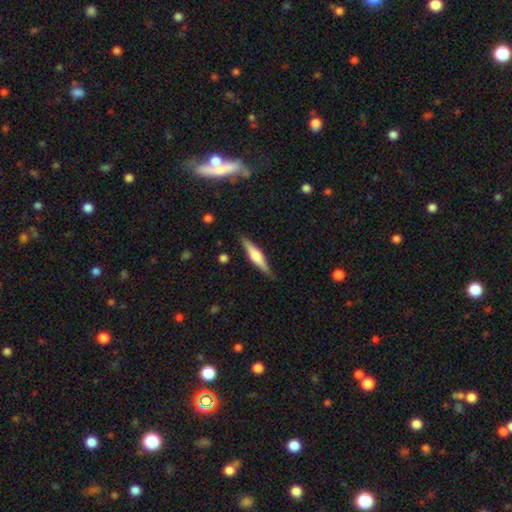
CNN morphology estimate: Q: Smooth or featured?
A: featured or disk (61%); runner-up: smooth (33%)
Q: Edge-on disk?
A: yes (97%); runner-up: no (3%)
Q: Edge-on bulge?
A: rounded (84%); runner-up: boxy (11%)
Q: Merging?
A: none (88%); runner-up: minor disturbance (9%)